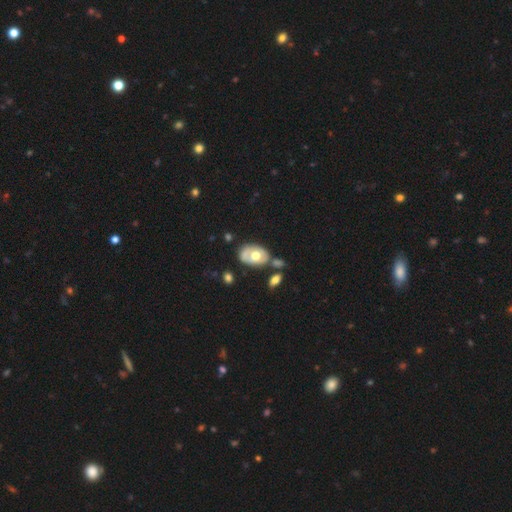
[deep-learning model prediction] smooth 48%, featured or disk 46%, star or artifact 6%. Down the decision tree: merging — none (53%).